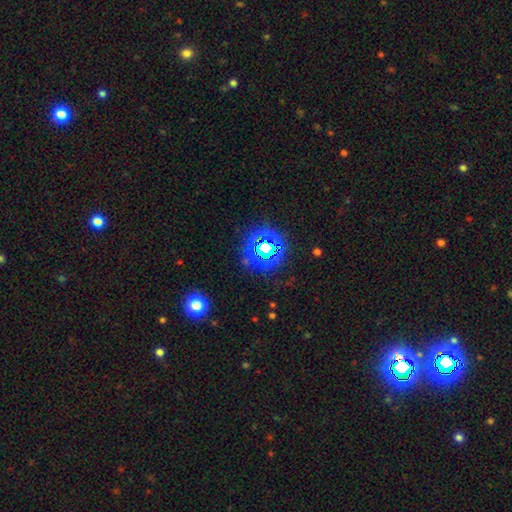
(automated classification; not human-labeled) Smooth or featured?
  - star or artifact: 76% *
  - smooth: 16%
  - featured or disk: 8%